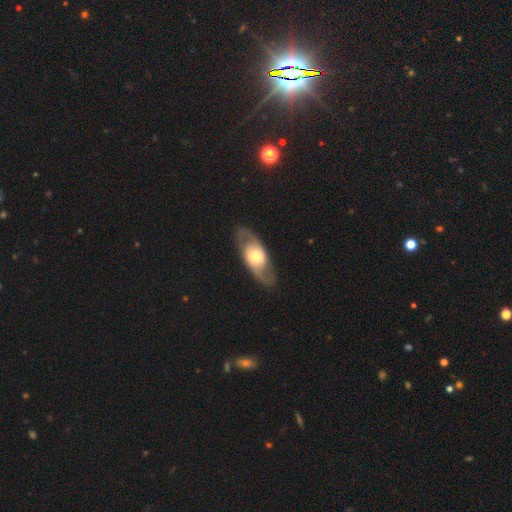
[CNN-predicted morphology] Smooth or featured? featured or disk (64%)
Edge-on disk? no (84%)
Bar? no (72%)
Spiral arms? yes (65%)
Bulge size? moderate (53%)
Merging? none (81%)